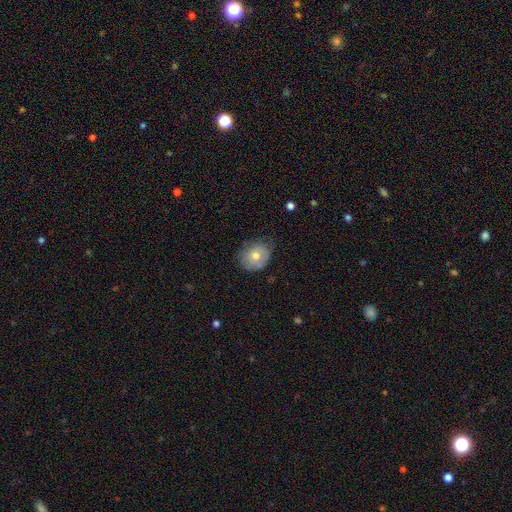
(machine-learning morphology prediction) The model was most divided on "how rounded": round: 61%, in between: 38%, cigar-shaped: 1%. More confident: smooth or featured — smooth (68%); merging — none (64%).